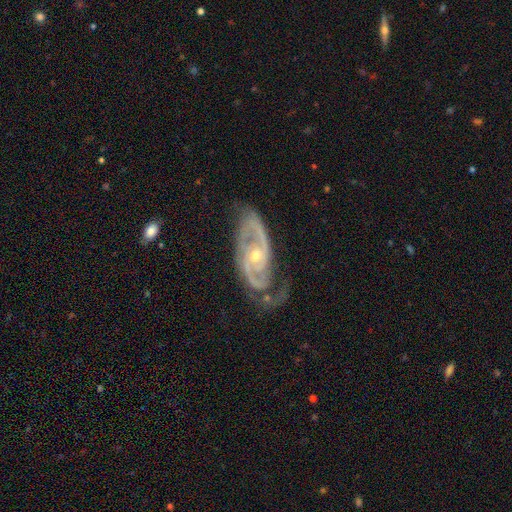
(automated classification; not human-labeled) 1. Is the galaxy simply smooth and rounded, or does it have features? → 90% featured or disk, 5% star or artifact, 5% smooth.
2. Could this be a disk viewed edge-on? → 95% no, 5% yes.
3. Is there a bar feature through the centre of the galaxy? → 62% no, 27% weak, 12% strong.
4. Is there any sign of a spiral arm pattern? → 96% yes, 4% no.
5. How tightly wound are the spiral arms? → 44% tight (tied), 44% medium (tied), 12% loose.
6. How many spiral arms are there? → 77% 2, 8% can't tell, 7% 3, 4% 1, 2% 4, 2% more than 4.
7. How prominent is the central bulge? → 56% small, 41% moderate, 1% large, 1% none, 1% dominant.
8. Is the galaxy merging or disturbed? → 62% none, 23% minor disturbance, 13% major disturbance, 2% merger.